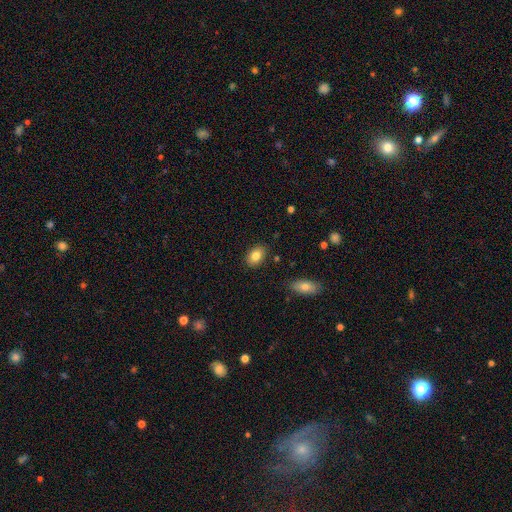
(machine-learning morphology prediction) This is clearly a smooth galaxy (82%). How rounded: clearly in between (81%). Merging: clearly none (86%).